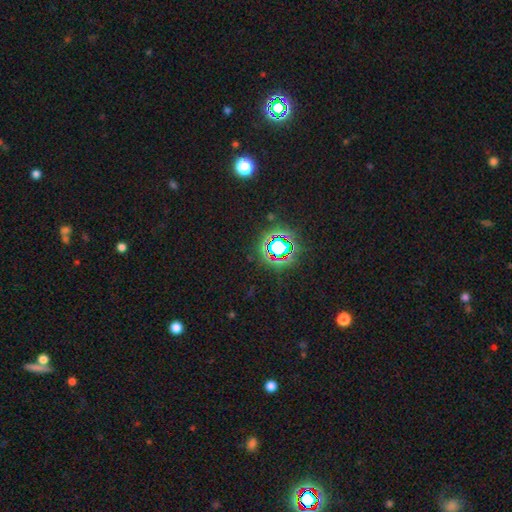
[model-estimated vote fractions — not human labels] The model was most divided on "smooth or featured": star or artifact: 80%, smooth: 13%, featured or disk: 7%.